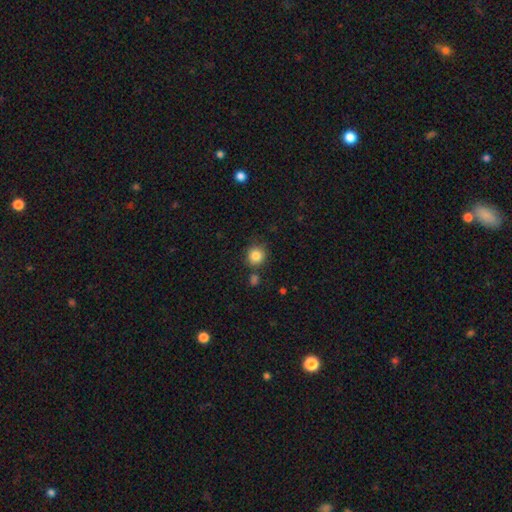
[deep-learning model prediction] smooth_or_featured: smooth (p=0.84) [alt: star or artifact p=0.10]
how_rounded: round (p=0.89) [alt: in between p=0.10]
merging: none (p=0.80) [alt: minor disturbance p=0.11]